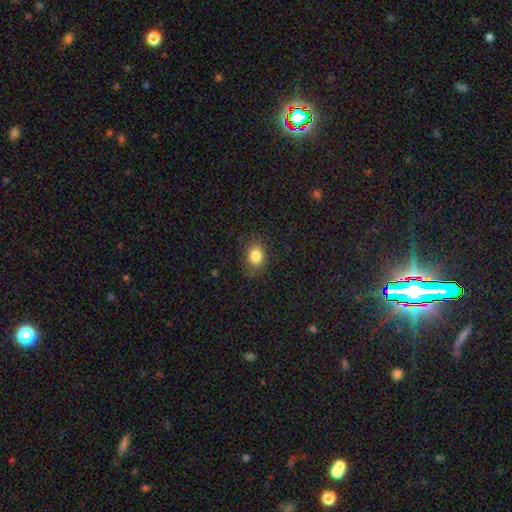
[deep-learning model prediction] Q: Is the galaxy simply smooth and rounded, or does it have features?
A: smooth — 83%.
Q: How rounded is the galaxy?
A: in between — 57%.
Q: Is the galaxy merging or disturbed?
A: none — 81%.